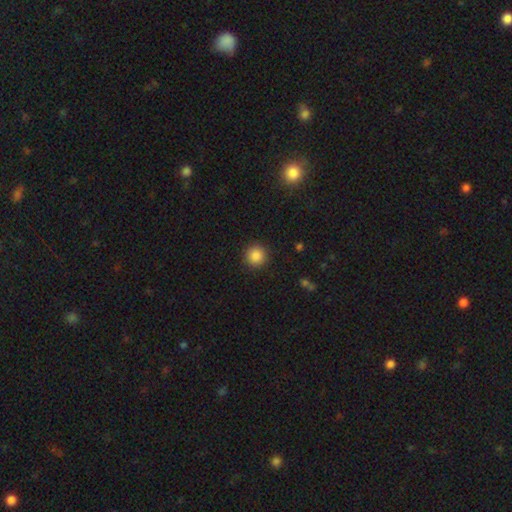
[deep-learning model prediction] The model was most divided on "smooth or featured": smooth: 87%, star or artifact: 10%, featured or disk: 3%. More confident: how rounded — round (95%); merging — none (91%).